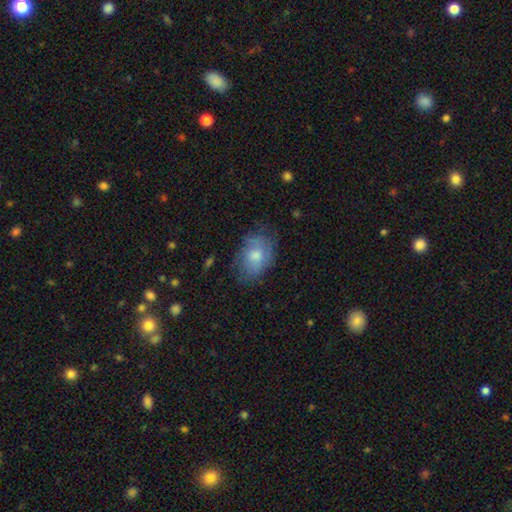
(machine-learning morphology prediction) This is likely a smooth galaxy (64%). How rounded: clearly in between (81%). Merging: likely none (61%).